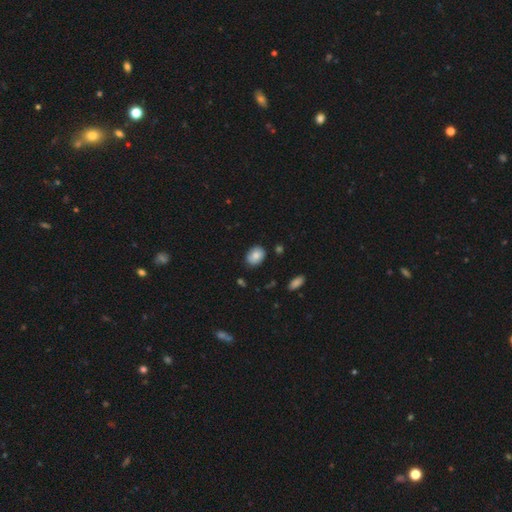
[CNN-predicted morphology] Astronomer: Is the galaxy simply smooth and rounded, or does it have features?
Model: smooth — 81%.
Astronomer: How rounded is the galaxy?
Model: in between — 68%.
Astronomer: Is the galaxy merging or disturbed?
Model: none — 80%.